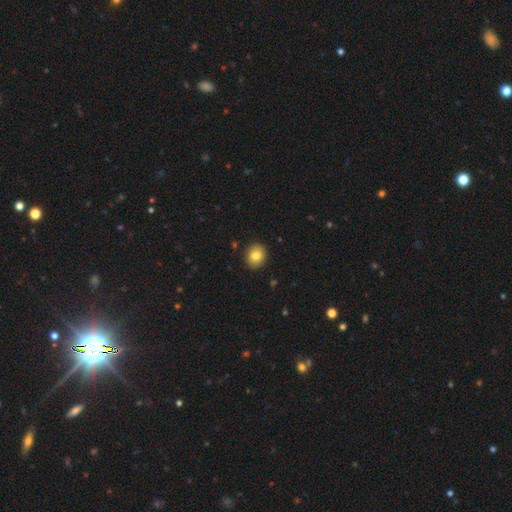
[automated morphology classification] Smooth or featured?
  - smooth: 82% *
  - star or artifact: 9%
  - featured or disk: 9%
How rounded?
  - round: 69% *
  - in between: 30%
  - cigar-shaped: 1%
Merging?
  - none: 90% *
  - minor disturbance: 7%
  - major disturbance: 2%
  - merger: 1%